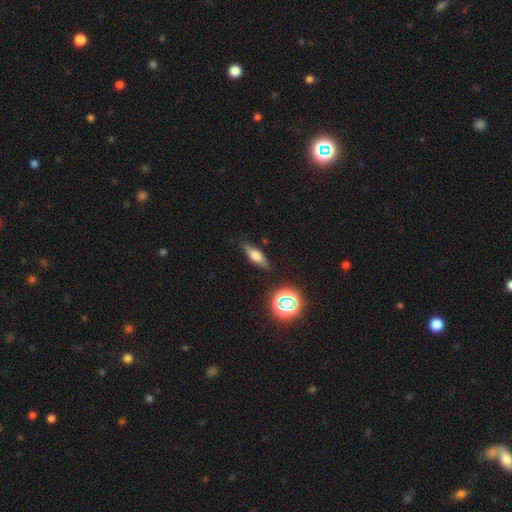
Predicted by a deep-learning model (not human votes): This is possibly a smooth galaxy (54%). How rounded: possibly in between (51%). Merging: clearly none (81%).